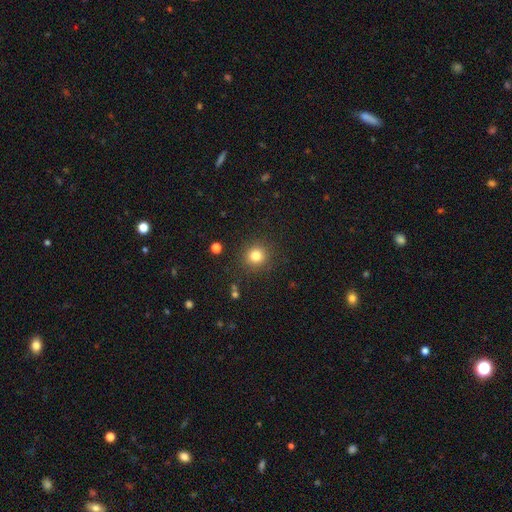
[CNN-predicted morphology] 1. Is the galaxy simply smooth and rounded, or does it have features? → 81% smooth, 13% star or artifact, 6% featured or disk.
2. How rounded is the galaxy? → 92% round, 7% in between, 1% cigar-shaped.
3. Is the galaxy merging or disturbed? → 89% none, 7% minor disturbance, 3% major disturbance, 2% merger.